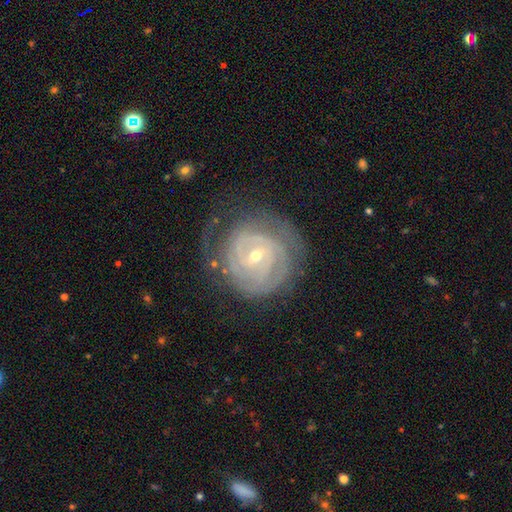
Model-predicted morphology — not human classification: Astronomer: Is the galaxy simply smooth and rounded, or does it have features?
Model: featured or disk — 87%.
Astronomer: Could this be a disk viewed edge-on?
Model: no — 97%.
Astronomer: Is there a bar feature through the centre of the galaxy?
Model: weak — 45% (runner-up: no, 36%).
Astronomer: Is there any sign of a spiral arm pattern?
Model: yes — 96%.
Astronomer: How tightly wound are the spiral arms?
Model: tight — 82%.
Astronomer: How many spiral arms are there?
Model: can't tell — 31% (runner-up: 2, 29%).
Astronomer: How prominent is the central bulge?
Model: small — 61% (runner-up: moderate, 36%).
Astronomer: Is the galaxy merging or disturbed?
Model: none — 69%.